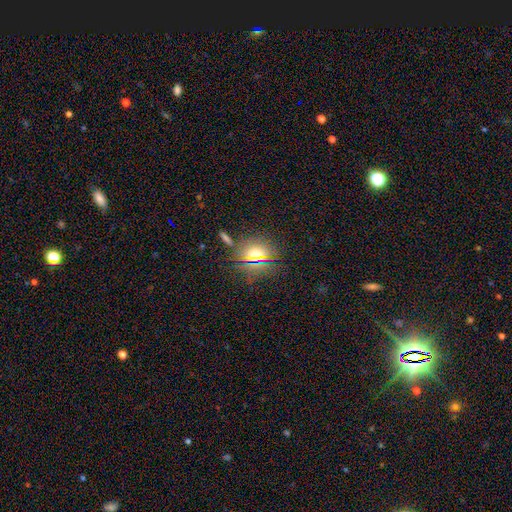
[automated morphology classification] Q: Smooth or featured?
A: smooth (56%); runner-up: star or artifact (32%)
Q: How rounded?
A: round (61%); runner-up: in between (35%)
Q: Merging?
A: none (80%); runner-up: minor disturbance (10%)